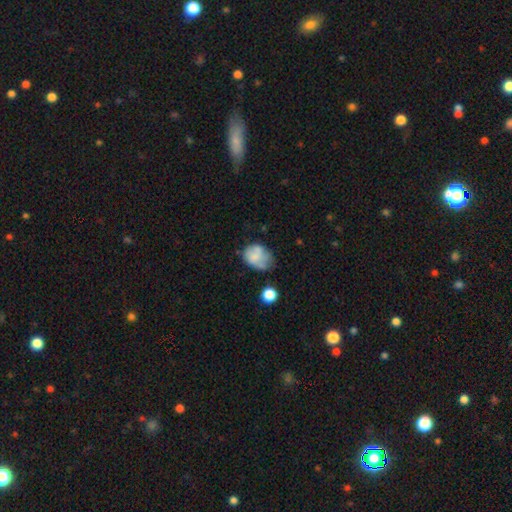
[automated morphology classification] Q: Smooth or featured?
A: smooth (64%); runner-up: featured or disk (27%)
Q: How rounded?
A: in between (55%); runner-up: round (44%)
Q: Merging?
A: none (41%); runner-up: minor disturbance (34%)